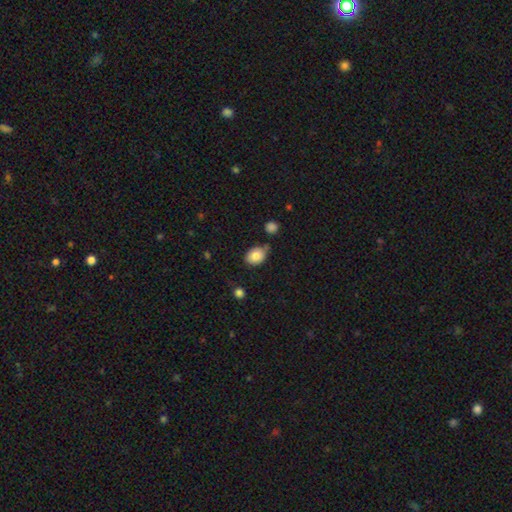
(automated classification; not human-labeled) Smooth or featured: smooth — 84% (featured or disk — 8%)
How rounded: in between — 73% (round — 26%)
Merging: none — 67% (minor disturbance — 21%)